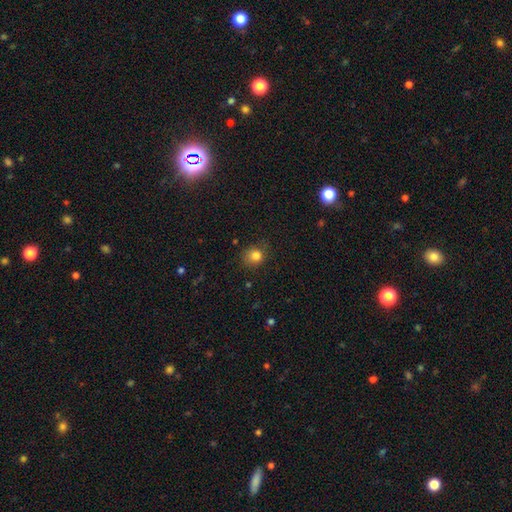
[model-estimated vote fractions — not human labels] This is clearly a smooth galaxy (82%). How rounded: clearly round (81%). Merging: likely none (76%).